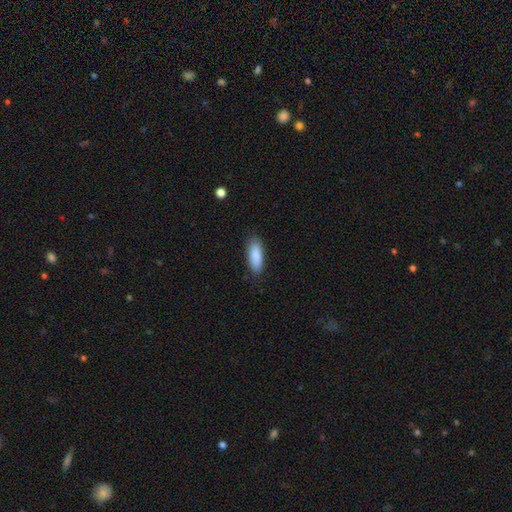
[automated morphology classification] Smooth or featured? smooth (89%)
How rounded? in between (68%)
Merging? none (85%)